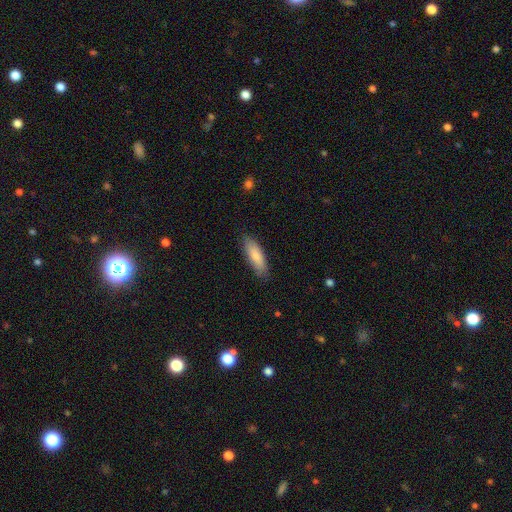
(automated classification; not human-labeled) smooth-or-featured: smooth: 83% | featured or disk: 12% | star or artifact: 5%
  how-rounded: in between: 54% | cigar-shaped: 45% | round: 2%
  merging: none: 83% | minor disturbance: 13% | major disturbance: 2% | merger: 1%